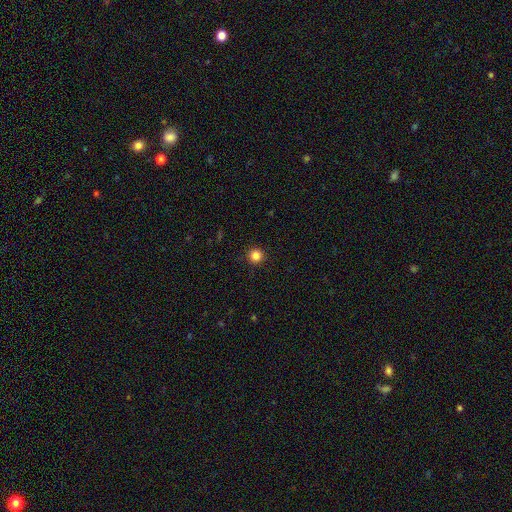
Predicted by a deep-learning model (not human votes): This is clearly a smooth galaxy (84%). How rounded: clearly round (96%). Merging: clearly none (93%).